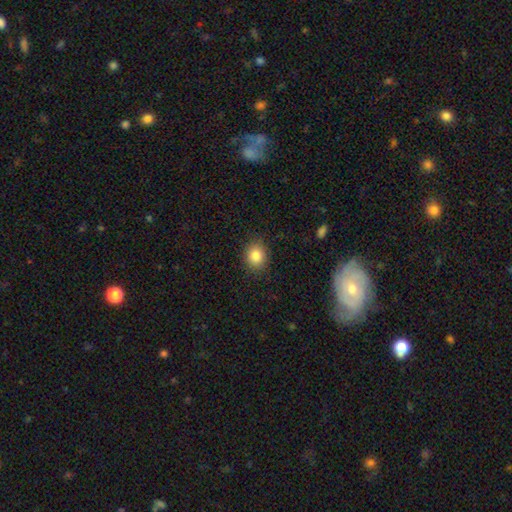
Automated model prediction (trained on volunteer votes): The model was most divided on "how rounded": round: 67%, in between: 32%, cigar-shaped: 1%. More confident: merging — none (88%); smooth or featured — smooth (85%).